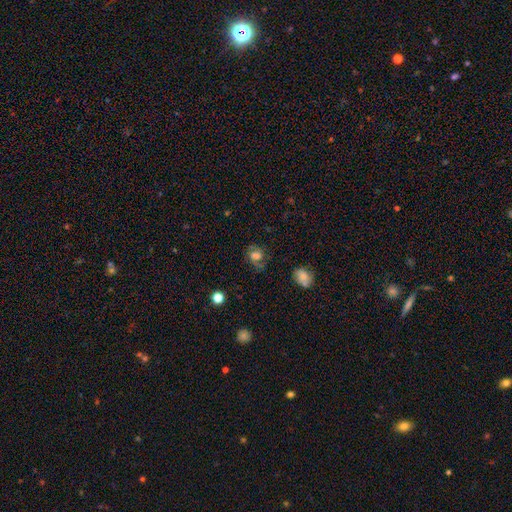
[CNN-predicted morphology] Smooth or featured: smooth — 48% (featured or disk — 37%)
Merging: none — 64% (minor disturbance — 20%)